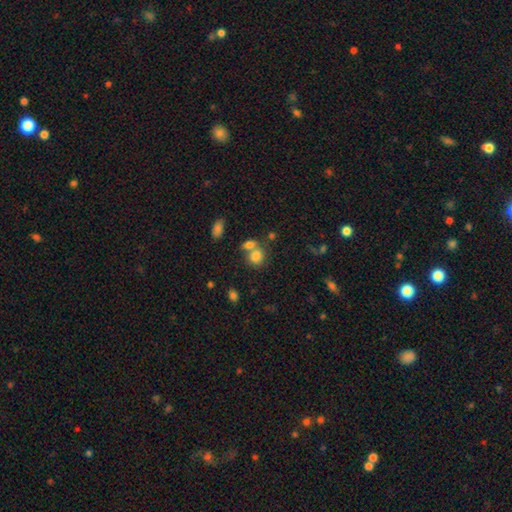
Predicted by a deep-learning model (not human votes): Smooth or featured? smooth (79%)
How rounded? round (65%)
Merging? none (44%)